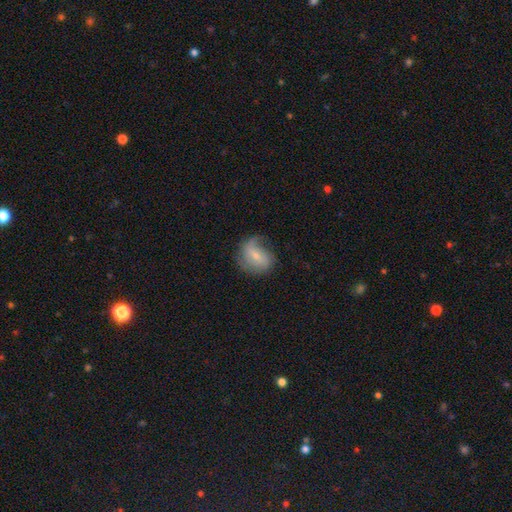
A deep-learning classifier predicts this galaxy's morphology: Smooth or featured: featured or disk — 54% (smooth — 38%)
Edge-on disk: no — 96% (yes — 4%)
Bar: weak — 45% (no — 30%)
Spiral arms: yes — 79% (no — 21%)
Bulge size: small — 61% (moderate — 28%)
Merging: none — 49% (minor disturbance — 28%)